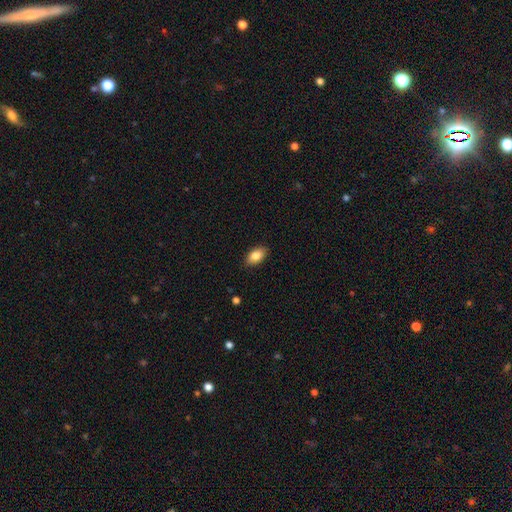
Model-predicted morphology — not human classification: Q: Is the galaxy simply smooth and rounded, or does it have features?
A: smooth — 84%.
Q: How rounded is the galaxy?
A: in between — 91%.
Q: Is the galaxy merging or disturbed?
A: none — 88%.